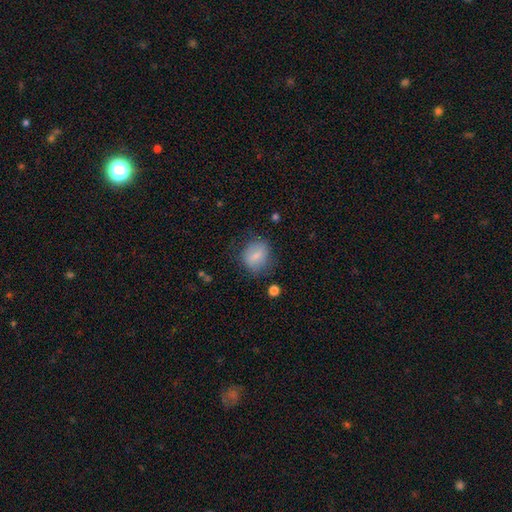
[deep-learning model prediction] smooth_or_featured: smooth (p=0.76) [alt: featured or disk p=0.16]
how_rounded: round (p=0.61) [alt: in between p=0.38]
merging: none (p=0.68) [alt: minor disturbance p=0.21]